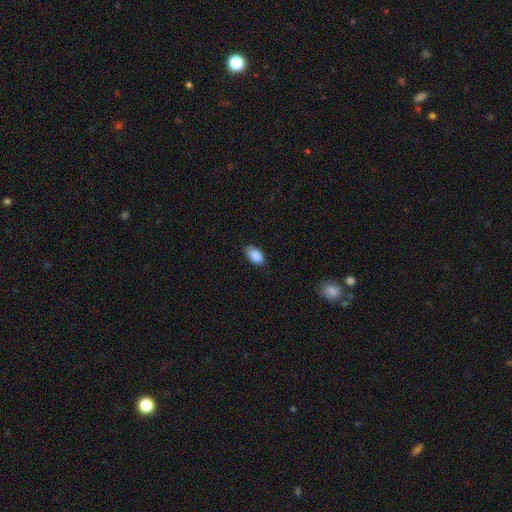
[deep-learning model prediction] A smooth galaxy with no disk features (89%) that is in between round and cigar-shaped (93%).

Vote fractions:
- Smooth or featured? smooth: 89% / star or artifact: 7% / featured or disk: 4%
- How rounded? in between: 93% / round: 4% / cigar-shaped: 2%
- Merging? none: 76% / minor disturbance: 20% / major disturbance: 3% / merger: 1%